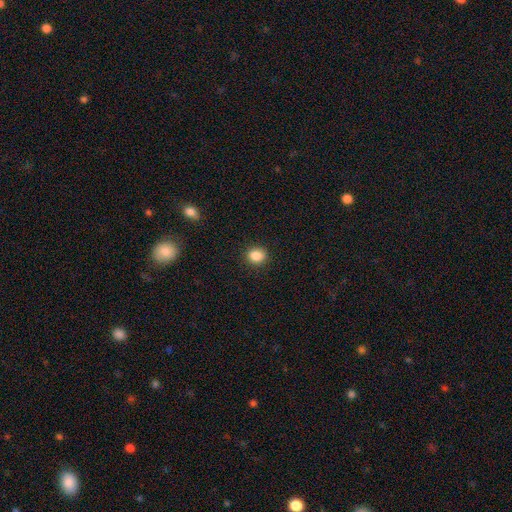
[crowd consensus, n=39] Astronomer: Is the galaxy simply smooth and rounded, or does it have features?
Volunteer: smooth — 90%.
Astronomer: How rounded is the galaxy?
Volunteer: round — 54% (runner-up: in between, 46%).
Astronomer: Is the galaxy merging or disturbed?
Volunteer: none — 89%.